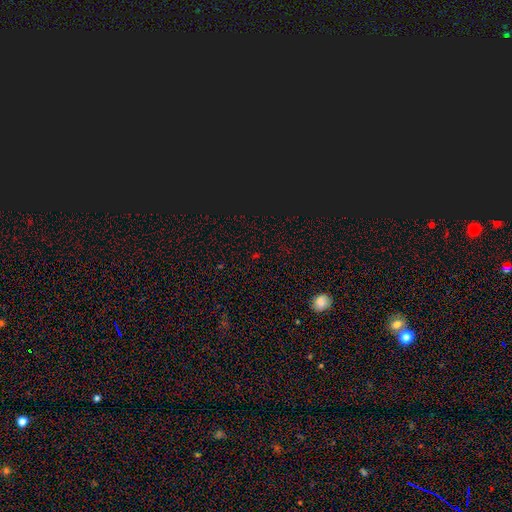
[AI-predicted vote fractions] A star or artifact, not a galaxy (69%).

Vote fractions:
- Smooth or featured? star or artifact: 69% / smooth: 24% / featured or disk: 7%